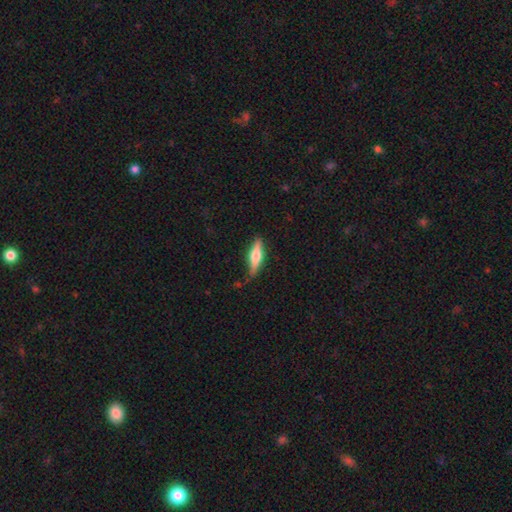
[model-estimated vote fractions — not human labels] Smooth or featured? Predicted: featured or disk (p=0.49). Merging? Predicted: none (p=0.77).